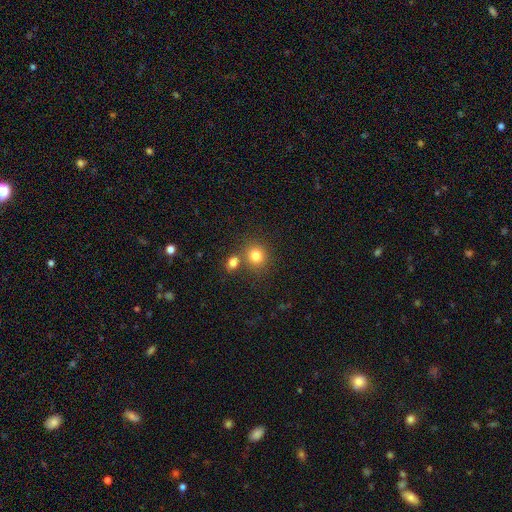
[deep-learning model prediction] The model was most divided on "merging": none: 67%, merger: 22%, minor disturbance: 8%, major disturbance: 3%. More confident: how rounded — round (84%); smooth or featured — smooth (81%).